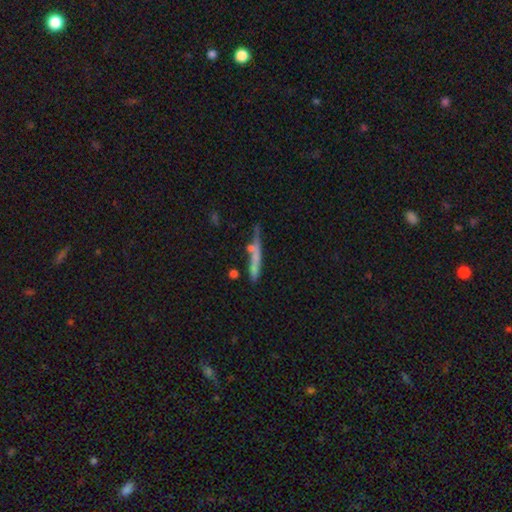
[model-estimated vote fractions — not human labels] Smooth or featured? Predicted: smooth (p=0.54). How rounded? Predicted: cigar-shaped (p=0.92). Merging? Predicted: none (p=0.58).